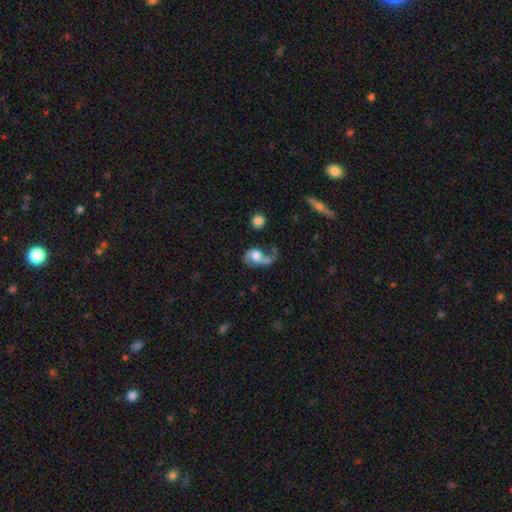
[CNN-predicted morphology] smooth-or-featured: featured or disk: 64% | smooth: 28% | star or artifact: 8%
  disk-edge-on: no: 96% | yes: 4%
    bar: no: 67% | weak: 27% | strong: 6%
    has-spiral-arms: yes: 87% | no: 13%
      spiral-winding: loose: 70% | medium: 24% | tight: 6%
      spiral-arm-count: 2: 60% | 1: 34% | can't tell: 4% | 3: 1% | 4: 1% | more than 4: 1%
    bulge-size: large: 40% | moderate: 38% | small: 10% | dominant: 7% | none: 6%
  merging: major disturbance: 36% | none: 32% | minor disturbance: 18% | merger: 13%